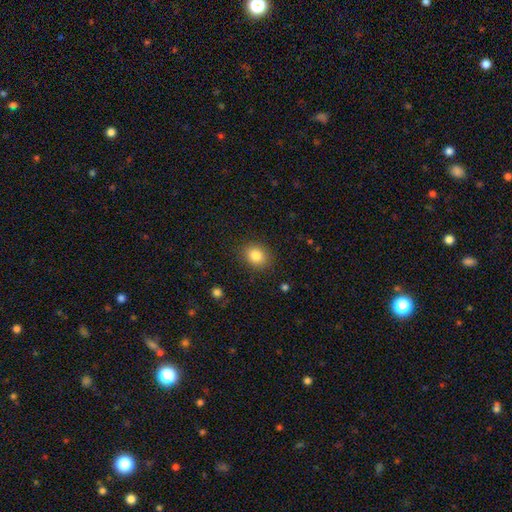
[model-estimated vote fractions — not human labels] Morphology: type=smooth (83%); roundness=round (58%); merging=none (87%).